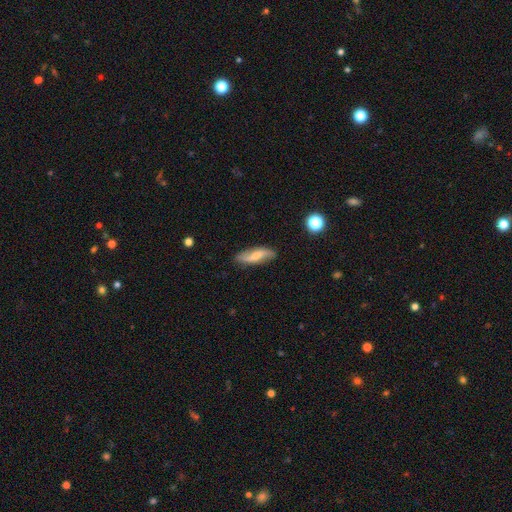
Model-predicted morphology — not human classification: This is possibly a featured or disk galaxy (51%). It is clearly not viewed edge-on (82%). Merging: clearly none (80%).